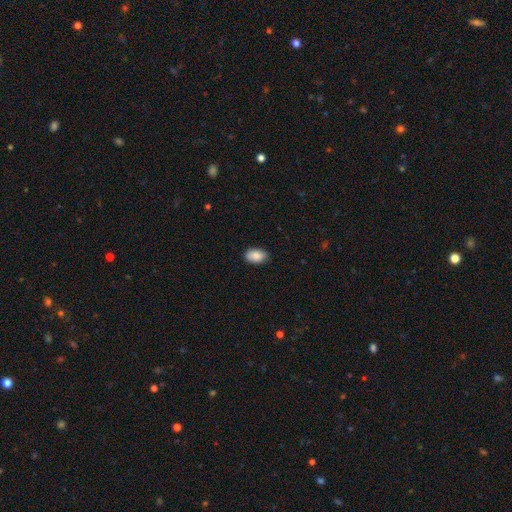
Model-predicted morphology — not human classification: A smooth galaxy with no disk features (88%) that is in between round and cigar-shaped (92%).

Vote fractions:
- Smooth or featured? smooth: 88% / star or artifact: 7% / featured or disk: 5%
- How rounded? in between: 92% / round: 7% / cigar-shaped: 1%
- Merging? none: 85% / minor disturbance: 12% / major disturbance: 2% / merger: 1%